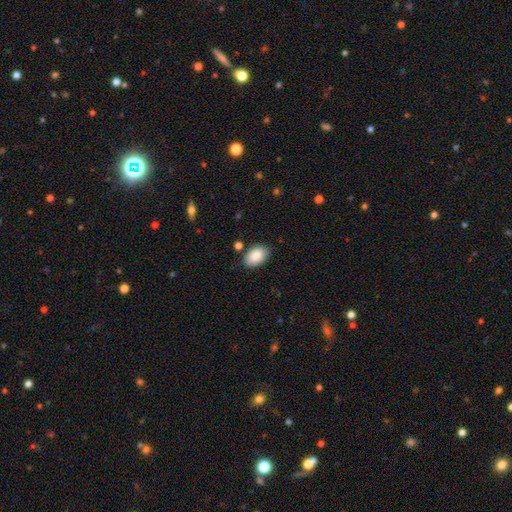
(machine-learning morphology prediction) Smooth or featured?
  - smooth: 88% *
  - star or artifact: 7%
  - featured or disk: 6%
How rounded?
  - in between: 91% *
  - round: 8%
  - cigar-shaped: 1%
Merging?
  - none: 85% *
  - minor disturbance: 11%
  - merger: 3%
  - major disturbance: 2%